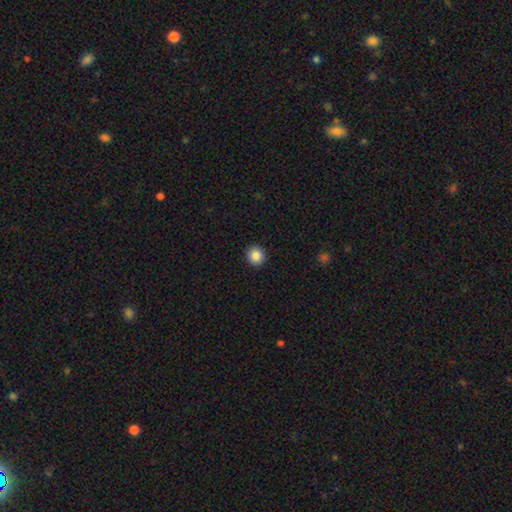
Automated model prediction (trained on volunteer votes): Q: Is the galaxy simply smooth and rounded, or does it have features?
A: smooth — 87%.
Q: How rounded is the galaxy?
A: round — 87%.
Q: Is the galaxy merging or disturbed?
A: none — 92%.